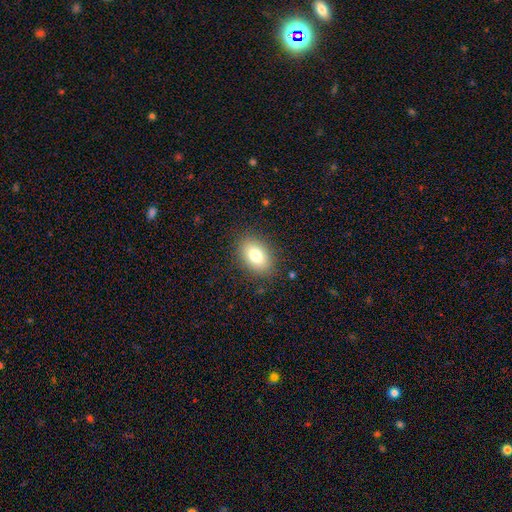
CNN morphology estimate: smooth_or_featured: smooth (p=0.79) [alt: featured or disk p=0.12]
how_rounded: in between (p=0.84) [alt: round p=0.15]
merging: none (p=0.86) [alt: minor disturbance p=0.10]